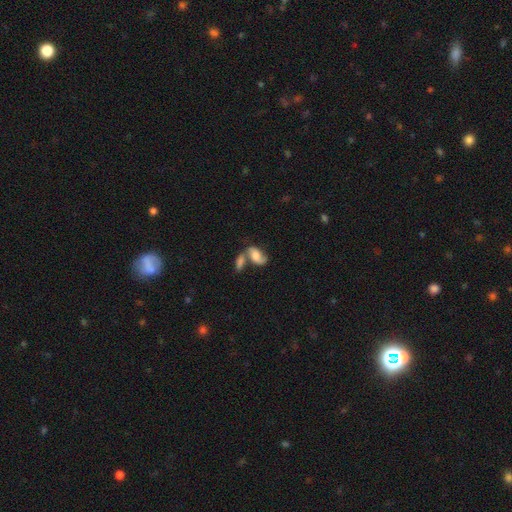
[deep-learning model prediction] This appears to be a smooth galaxy with no disk features (51%) that is in between round and cigar-shaped (88%). Merging: merger (50%).